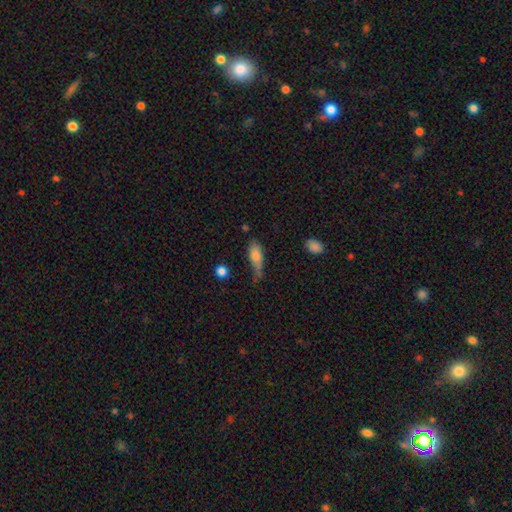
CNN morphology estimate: smooth 75%, featured or disk 17%, star or artifact 8%. Down the decision tree: how rounded — in between (66%); merging — minor disturbance (40%).